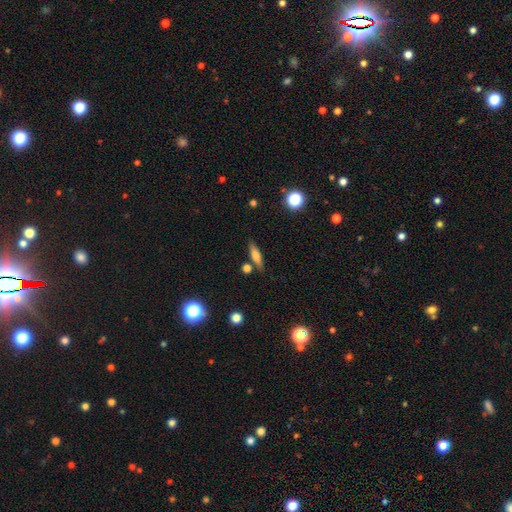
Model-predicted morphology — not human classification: Smooth or featured?
  - smooth: 61% *
  - featured or disk: 30%
  - star or artifact: 9%
How rounded?
  - cigar-shaped: 65% *
  - in between: 32%
  - round: 3%
Merging?
  - none: 79% *
  - minor disturbance: 11%
  - merger: 7%
  - major disturbance: 3%